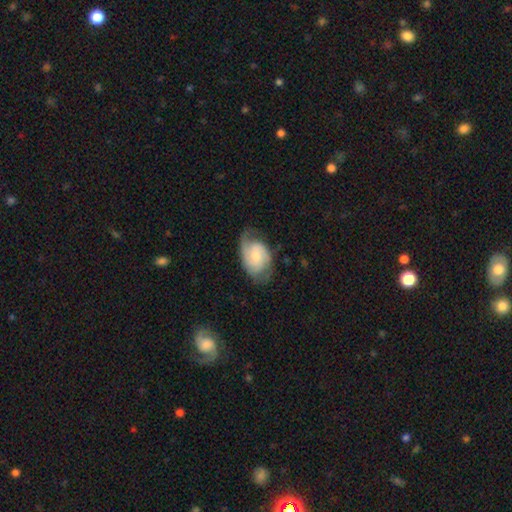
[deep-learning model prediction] Smooth or featured? Predicted: featured or disk (p=0.68). Edge-on disk? Predicted: no (p=0.96). Bar? Predicted: no (p=0.66). Spiral arms? Predicted: yes (p=0.91). Spiral winding? Predicted: medium (p=0.43). Spiral arm count? Predicted: 2 (p=0.63). Bulge size? Predicted: moderate (p=0.49). Merging? Predicted: none (p=0.58).